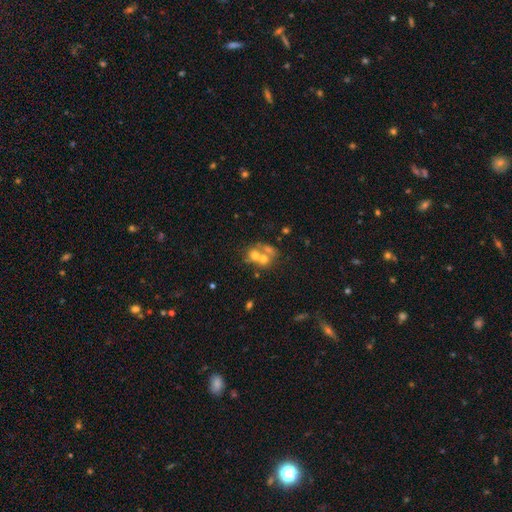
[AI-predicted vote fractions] Morphology: type=smooth (51%); roundness=round (65%); merging=merger (62%).